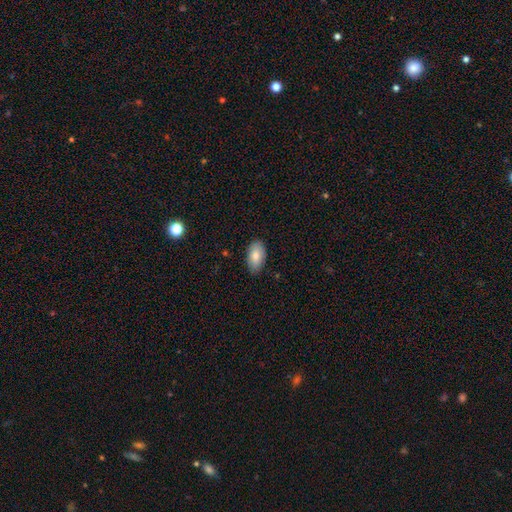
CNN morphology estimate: A smooth galaxy with no disk features (82%) that is in between round and cigar-shaped (94%). Merging: none (84%).